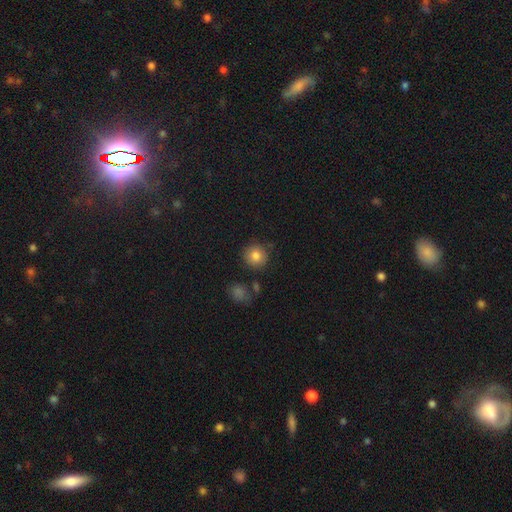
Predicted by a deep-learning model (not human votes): smooth_or_featured: smooth (p=0.83) [alt: star or artifact p=0.10]
how_rounded: round (p=0.91) [alt: in between p=0.08]
merging: none (p=0.82) [alt: minor disturbance p=0.11]